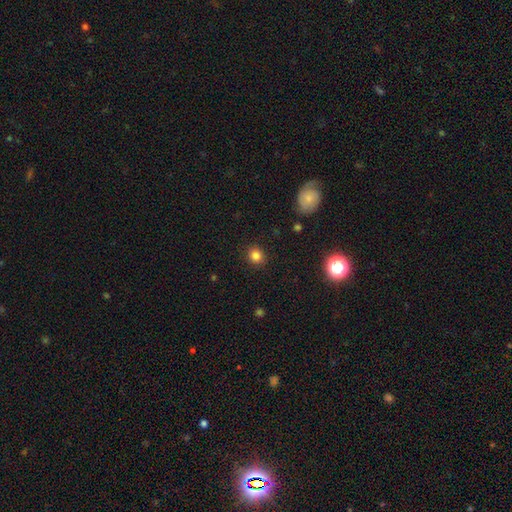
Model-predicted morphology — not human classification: Smooth or featured? Predicted: smooth (p=0.83). How rounded? Predicted: round (p=0.82). Merging? Predicted: none (p=0.90).